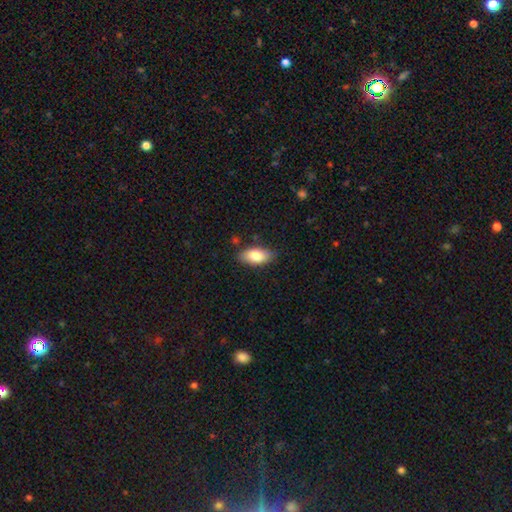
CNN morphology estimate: Smooth or featured? smooth (82%)
How rounded? in between (90%)
Merging? none (81%)